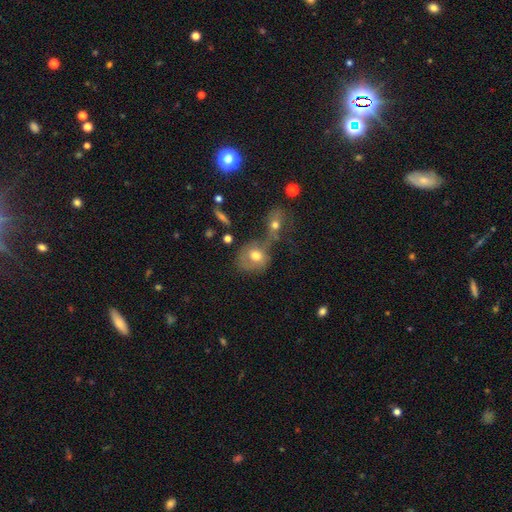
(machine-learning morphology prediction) smooth 65%, featured or disk 25%, star or artifact 10%. Down the decision tree: how rounded — round (67%); merging — merger (43%).